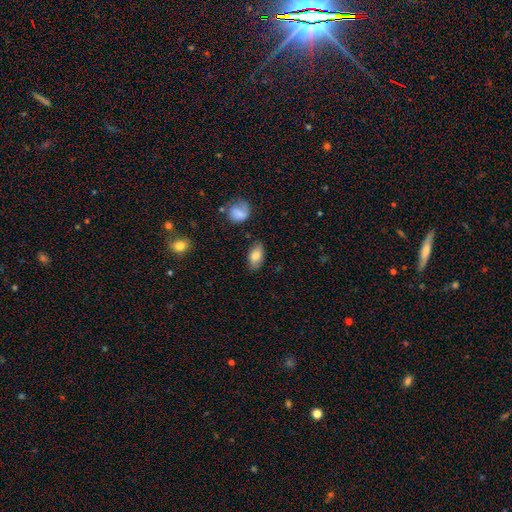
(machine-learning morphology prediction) Q: Smooth or featured?
A: smooth (78%); runner-up: featured or disk (14%)
Q: How rounded?
A: in between (90%); runner-up: round (5%)
Q: Merging?
A: none (80%); runner-up: minor disturbance (15%)